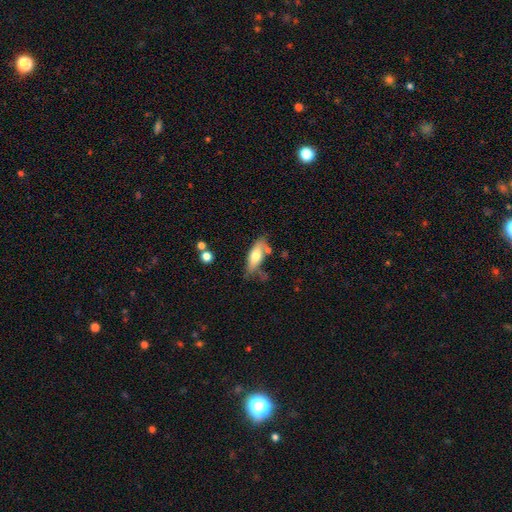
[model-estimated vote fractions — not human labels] This is likely a smooth galaxy (66%). How rounded: likely in between (65%). Merging: likely none (61%).